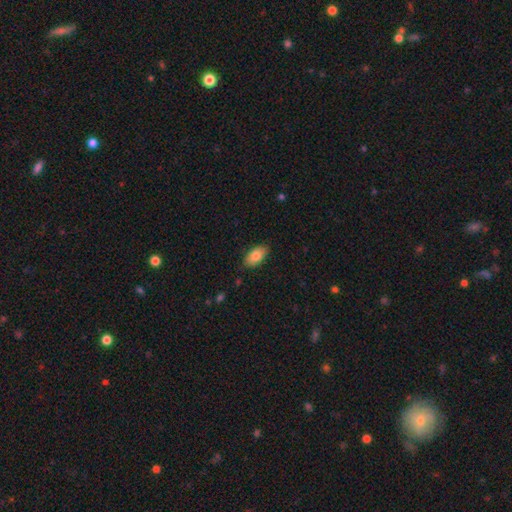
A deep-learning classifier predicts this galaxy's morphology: A smooth galaxy with no disk features (82%) that is in between round and cigar-shaped (92%).

Vote fractions:
- Smooth or featured? smooth: 82% / featured or disk: 11% / star or artifact: 7%
- How rounded? in between: 92% / cigar-shaped: 4% / round: 3%
- Merging? none: 85% / minor disturbance: 12% / major disturbance: 2% / merger: 1%